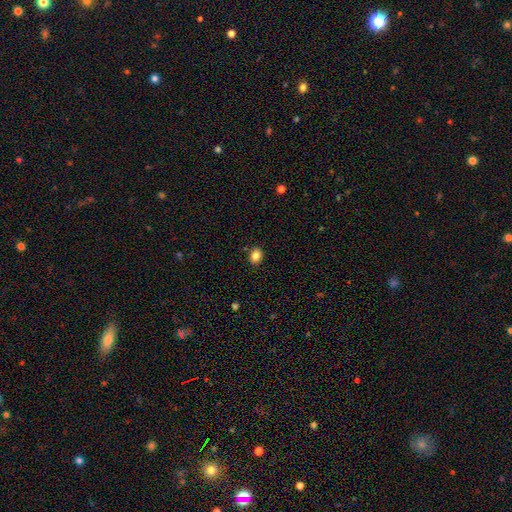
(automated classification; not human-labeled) Q: Smooth or featured?
A: smooth (85%); runner-up: star or artifact (10%)
Q: How rounded?
A: in between (62%); runner-up: round (37%)
Q: Merging?
A: none (88%); runner-up: minor disturbance (9%)